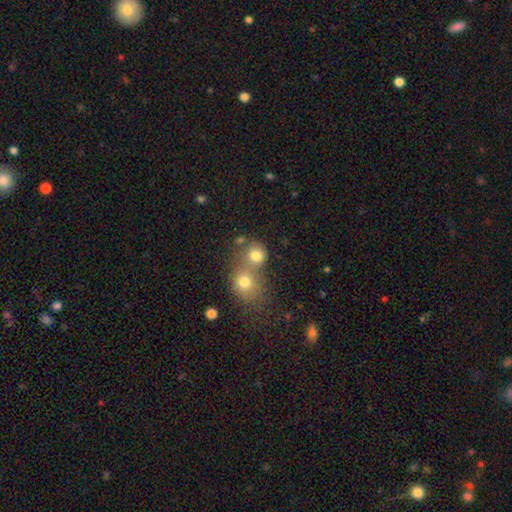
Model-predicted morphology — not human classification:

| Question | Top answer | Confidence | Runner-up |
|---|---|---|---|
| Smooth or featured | smooth | 77% | star or artifact (13%) |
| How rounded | round | 80% | in between (19%) |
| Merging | merger | 52% | none (37%) |